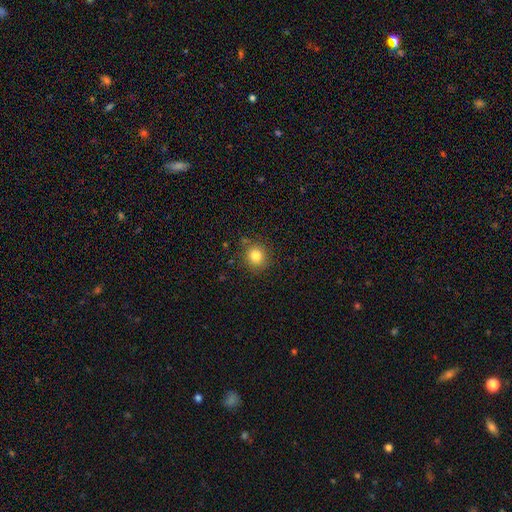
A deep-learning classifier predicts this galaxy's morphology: Smooth or featured? Predicted: smooth (p=0.82). How rounded? Predicted: round (p=0.89). Merging? Predicted: none (p=0.86).